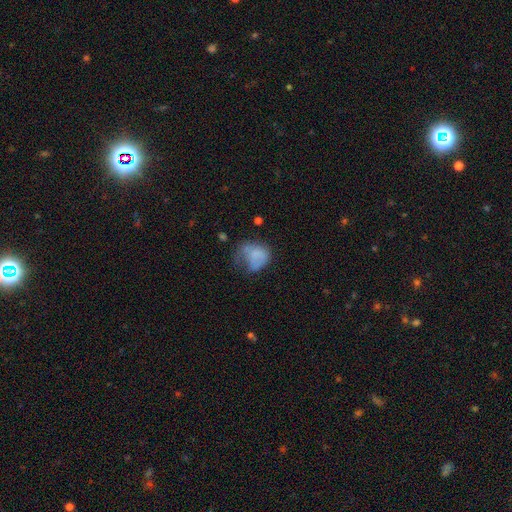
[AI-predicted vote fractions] smooth_or_featured: smooth (p=0.68) [alt: featured or disk p=0.22]
how_rounded: round (p=0.53) [alt: in between p=0.46]
merging: major disturbance (p=0.38) [alt: minor disturbance p=0.31]